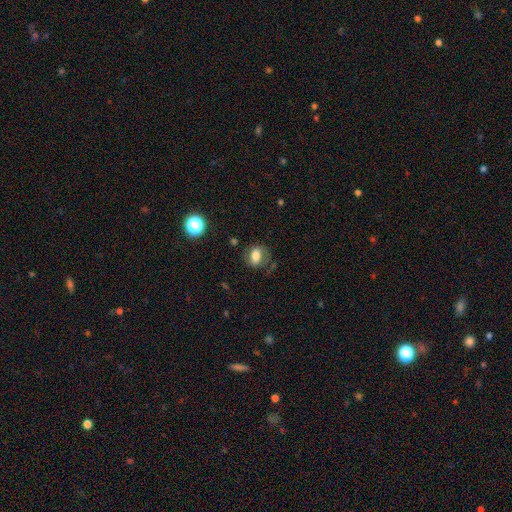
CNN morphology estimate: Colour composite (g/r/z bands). It shows a smooth galaxy with no disk features (69%) that is in between round and cigar-shaped (69%). Merging: none (66%).